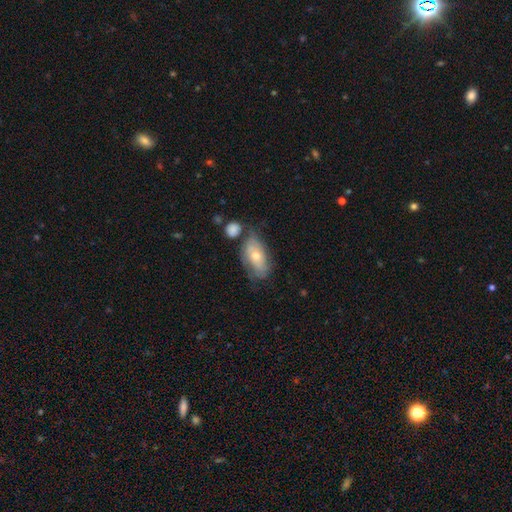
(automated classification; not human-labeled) Smooth or featured: smooth — 48% (featured or disk — 44%)
Merging: none — 49% (minor disturbance — 27%)